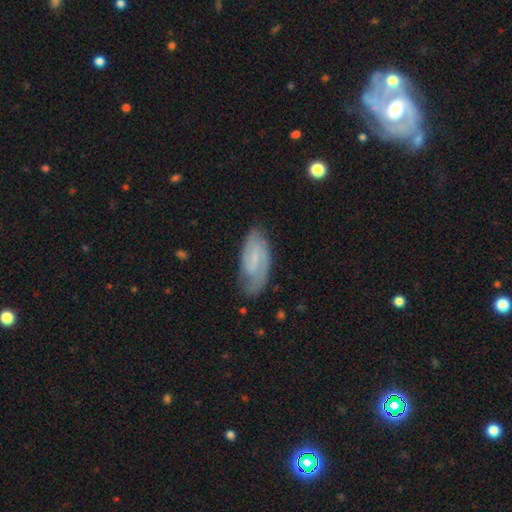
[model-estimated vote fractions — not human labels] This appears to be a featured or disk galaxy (64%) with a weak bar (51%), 2 (65%) tight (42%, tied with medium) spiral arms (89%) and a small central bulge (58%). Merging: none (68%).